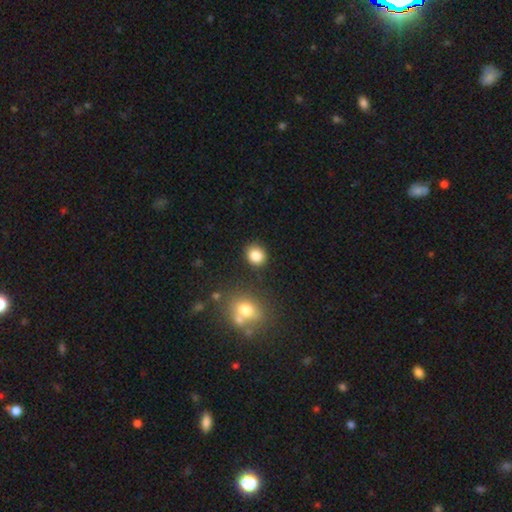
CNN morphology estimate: Smooth or featured: smooth — 85% (star or artifact — 10%)
How rounded: round — 75% (in between — 24%)
Merging: none — 86% (minor disturbance — 8%)